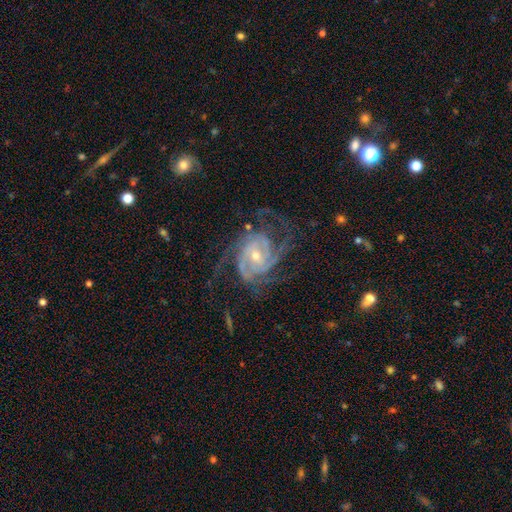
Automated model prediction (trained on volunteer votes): smooth_or_featured: featured or disk (p=0.91) [alt: star or artifact p=0.05]
disk_edge_on: no (p=0.97) [alt: yes p=0.03]
bar: no (p=0.54) [alt: weak p=0.34]
has_spiral_arms: yes (p=0.98) [alt: no p=0.02]
spiral_winding: tight (p=0.52) [alt: medium p=0.39]
spiral_arm_count: 3 (p=0.33) [alt: 2 p=0.22]
bulge_size: small (p=0.55) [alt: moderate p=0.41]
merging: none (p=0.63) [alt: minor disturbance p=0.18]